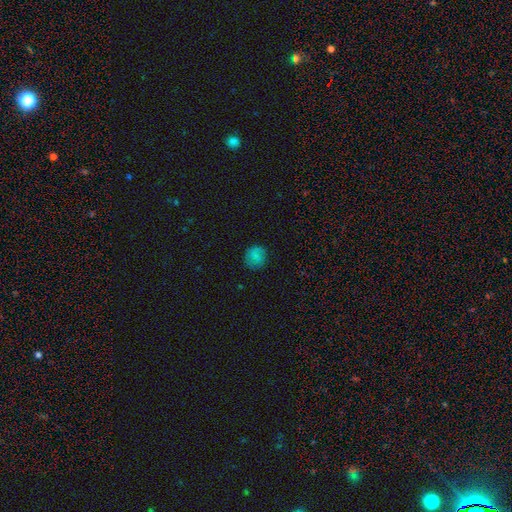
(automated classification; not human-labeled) smooth 75%, star or artifact 15%, featured or disk 11%. Down the decision tree: how rounded — round (82%); merging — none (80%).